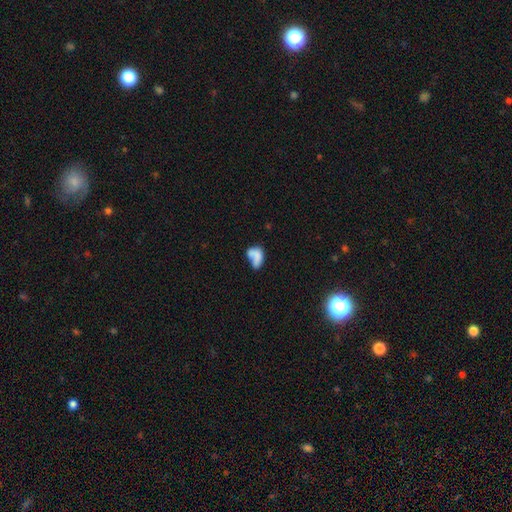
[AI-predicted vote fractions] Overall: smooth (67%). How rounded: in between (83%). Merging: merger (32%; none 25%).